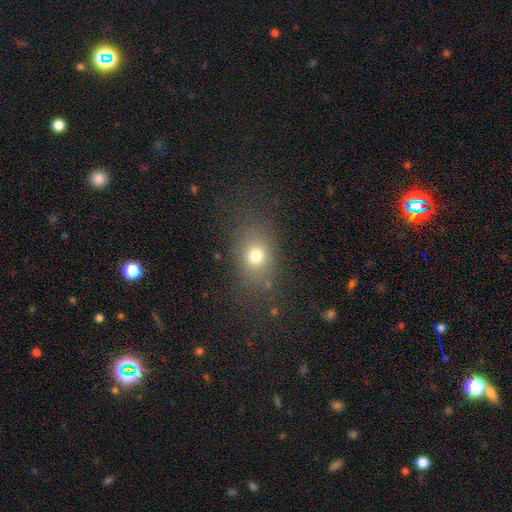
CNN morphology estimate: Q: Smooth or featured?
A: smooth (72%); runner-up: star or artifact (15%)
Q: How rounded?
A: in between (61%); runner-up: round (37%)
Q: Merging?
A: none (77%); runner-up: minor disturbance (13%)